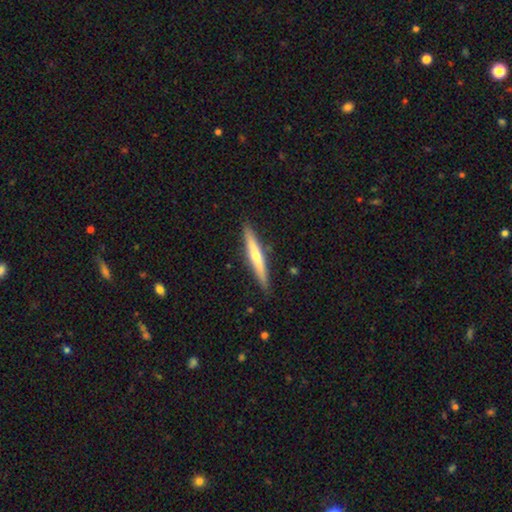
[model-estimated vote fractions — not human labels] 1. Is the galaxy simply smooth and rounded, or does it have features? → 53% featured or disk, 42% smooth, 5% star or artifact.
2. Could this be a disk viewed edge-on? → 96% yes, 4% no.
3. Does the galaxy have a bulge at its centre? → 71% rounded, 25% none, 4% boxy.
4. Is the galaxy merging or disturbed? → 89% none, 8% minor disturbance, 1% major disturbance, 1% merger.